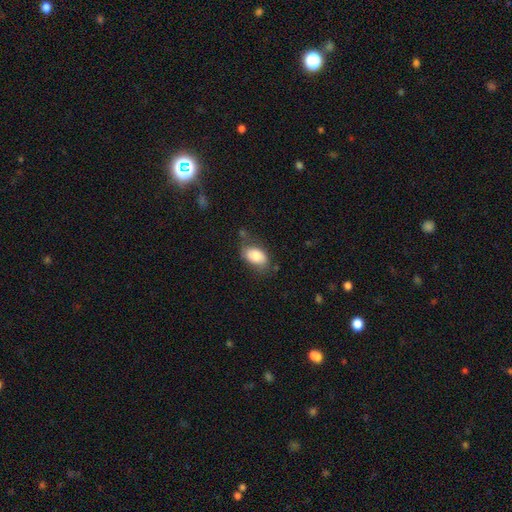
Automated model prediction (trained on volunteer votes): The model was most divided on "merging": none: 57%, minor disturbance: 29%, major disturbance: 11%, merger: 4%. More confident: how rounded — in between (89%); smooth or featured — smooth (75%).